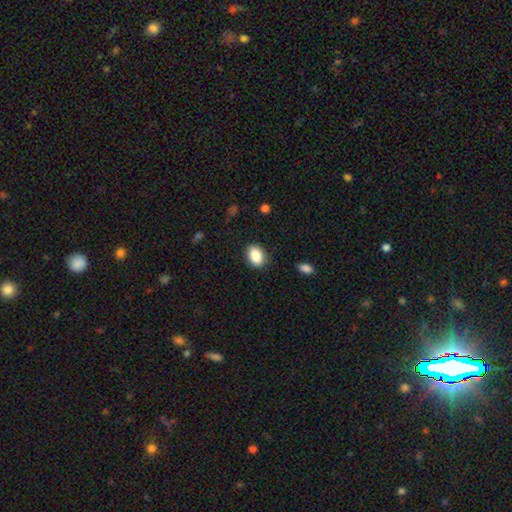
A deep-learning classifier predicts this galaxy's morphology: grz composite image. It shows a smooth galaxy with no disk features (87%) that is in between round and cigar-shaped (80%). Merging: none (86%).